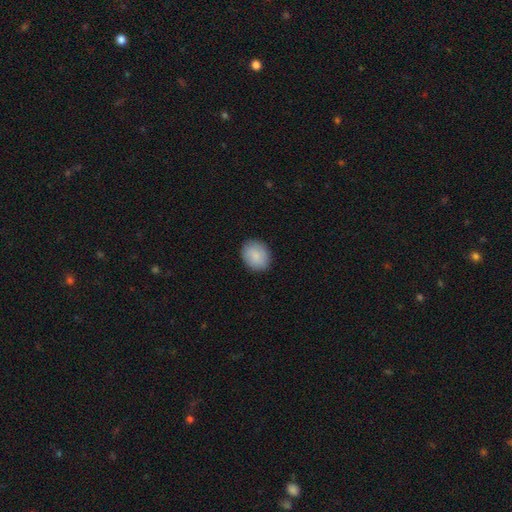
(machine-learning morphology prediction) A smooth galaxy with no disk features (87%) that is round (54%). Merging: none (88%).